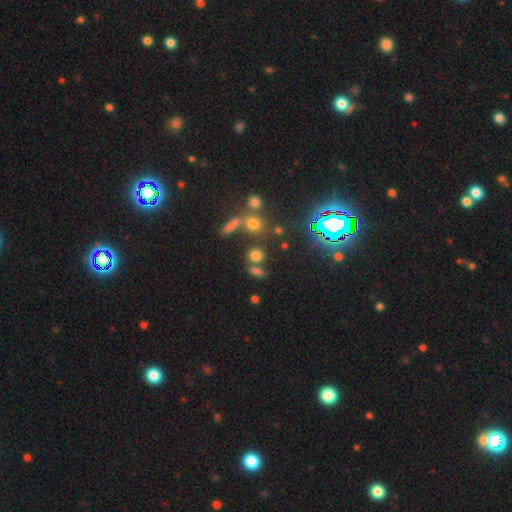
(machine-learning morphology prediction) Smooth or featured: smooth — 64% (star or artifact — 25%)
How rounded: round — 56% (in between — 35%)
Merging: none — 61% (merger — 24%)